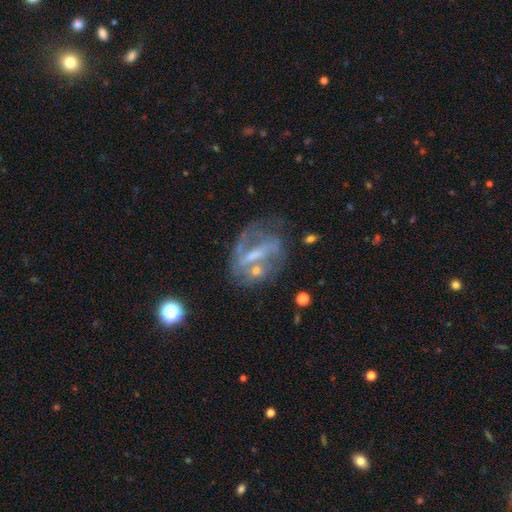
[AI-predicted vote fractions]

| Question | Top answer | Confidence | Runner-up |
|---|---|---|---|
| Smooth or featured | featured or disk | 70% | smooth (18%) |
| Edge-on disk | no | 89% | yes (11%) |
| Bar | strong | 44% | weak (33%) |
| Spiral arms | yes | 55% | no (45%) |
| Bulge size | small | 43% | moderate (28%) |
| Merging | none | 43% | major disturbance (23%) |